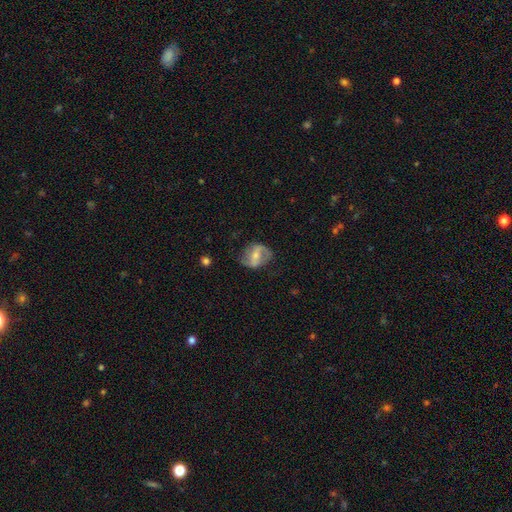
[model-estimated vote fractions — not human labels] Q: Smooth or featured?
A: featured or disk (67%); runner-up: smooth (26%)
Q: Edge-on disk?
A: no (96%); runner-up: yes (4%)
Q: Bar?
A: strong (44%); runner-up: weak (36%)
Q: Spiral arms?
A: yes (79%); runner-up: no (21%)
Q: Spiral winding?
A: loose (45%); runner-up: medium (39%)
Q: Spiral arm count?
A: 2 (85%); runner-up: can't tell (8%)
Q: Bulge size?
A: moderate (48%); runner-up: small (44%)
Q: Merging?
A: none (69%); runner-up: minor disturbance (21%)